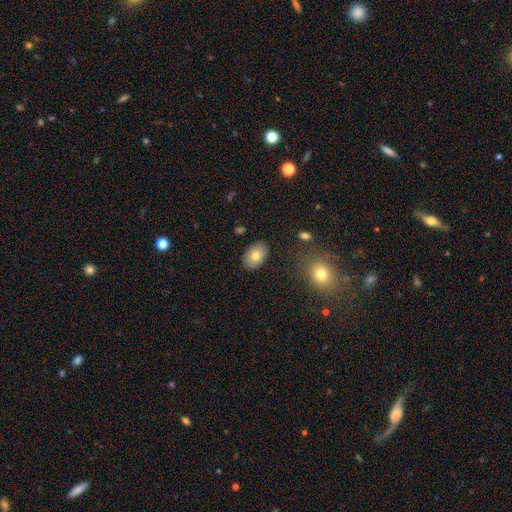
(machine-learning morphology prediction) The model was most divided on "smooth or featured": smooth: 77%, featured or disk: 15%, star or artifact: 8%. More confident: how rounded — in between (86%); merging — none (86%).